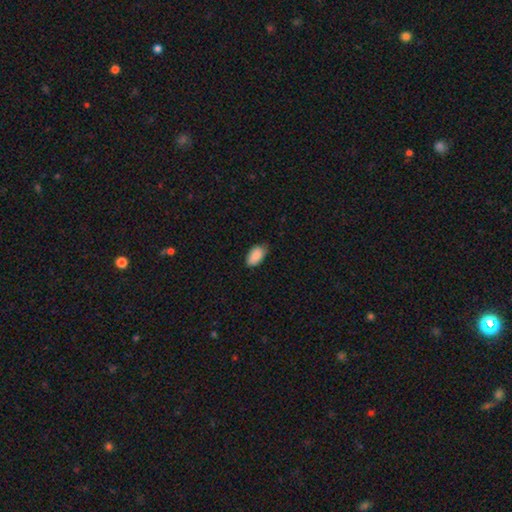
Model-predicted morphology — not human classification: A smooth galaxy with no disk features (90%) that is in between round and cigar-shaped (94%).

Vote fractions:
- Smooth or featured? smooth: 90% / star or artifact: 7% / featured or disk: 4%
- How rounded? in between: 94% / round: 4% / cigar-shaped: 2%
- Merging? none: 75% / minor disturbance: 21% / major disturbance: 3% / merger: 1%